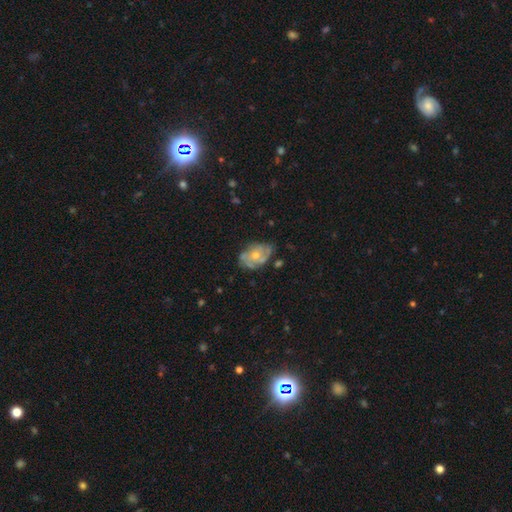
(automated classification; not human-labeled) Overall: featured or disk (59%; smooth 34%). Edge-on disk: no (96%). Bar: no (85%). Spiral arms: yes (56%; no 44%). Bulge size: moderate (52%; small 42%). Merging: none (56%; minor disturbance 30%).